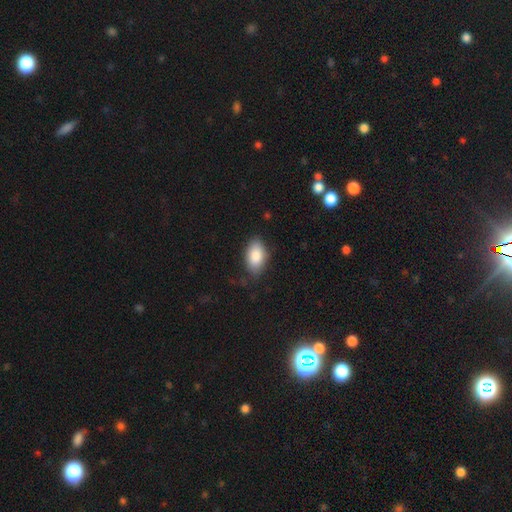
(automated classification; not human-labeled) The model was most divided on "merging": none: 79%, minor disturbance: 16%, major disturbance: 4%, merger: 1%. More confident: how rounded — in between (93%); smooth or featured — smooth (87%).